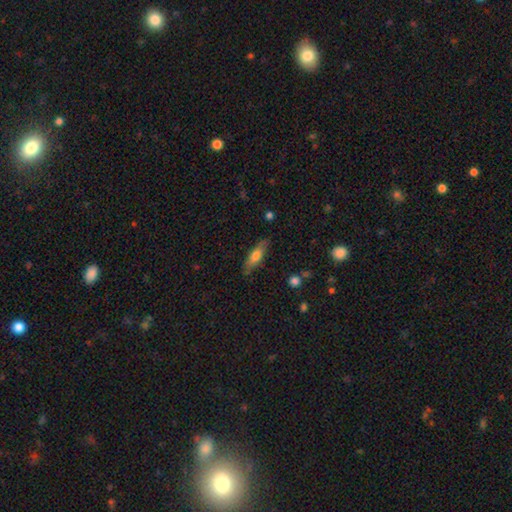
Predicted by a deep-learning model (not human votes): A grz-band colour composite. It shows a smooth galaxy with no disk features (62%) that is cigar-shaped (56%). Merging: none (84%).